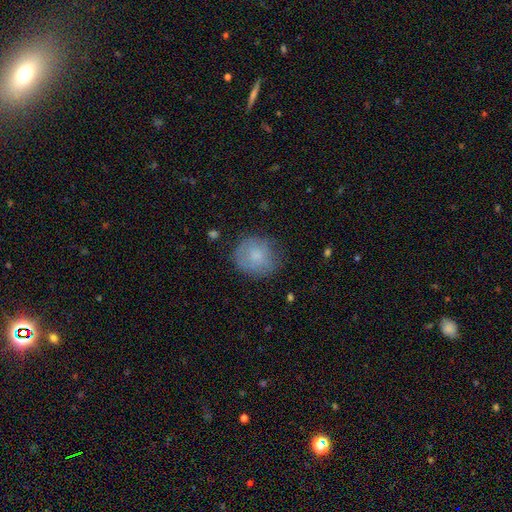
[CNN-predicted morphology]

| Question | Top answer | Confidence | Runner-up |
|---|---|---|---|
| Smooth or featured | smooth | 74% | featured or disk (18%) |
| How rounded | round | 82% | in between (17%) |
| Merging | none | 70% | minor disturbance (22%) |